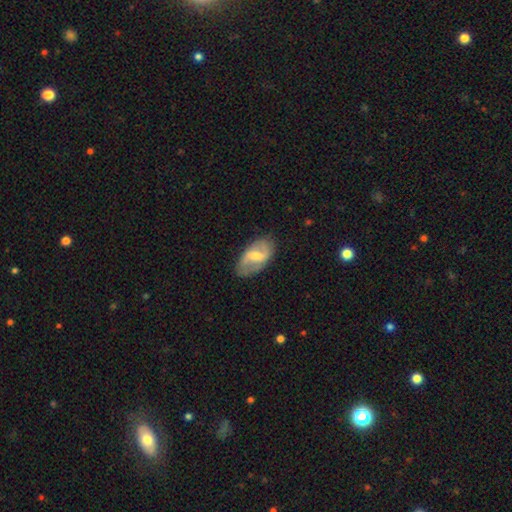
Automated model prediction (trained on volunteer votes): A featured or disk galaxy (65%) with a weak bar (48%), spiral arms (73%) and a moderate central bulge (48%).

Vote fractions:
- Smooth or featured? featured or disk: 65% / smooth: 29% / star or artifact: 6%
- Edge-on disk? no: 94% / yes: 6%
- Bar? weak: 48% / strong: 38% / no: 14%
- Spiral arms? yes: 73% / no: 27%
- Bulge size? moderate: 48% / small: 44% / none: 4% / large: 3% / dominant: 1%
- Merging? none: 79% / minor disturbance: 16% / major disturbance: 5% / merger: 1%